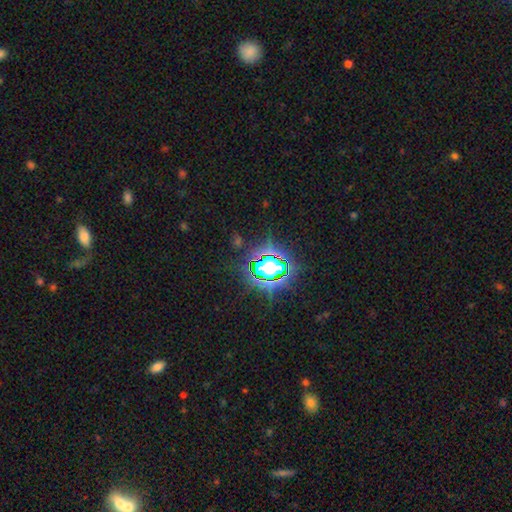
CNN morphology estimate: Smooth or featured? star or artifact (80%)